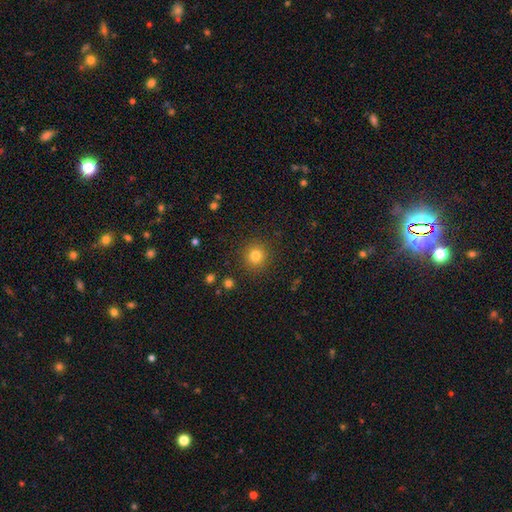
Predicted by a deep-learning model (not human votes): The model was most divided on "smooth or featured": smooth: 80%, star or artifact: 13%, featured or disk: 6%. More confident: how rounded — round (92%); merging — none (90%).